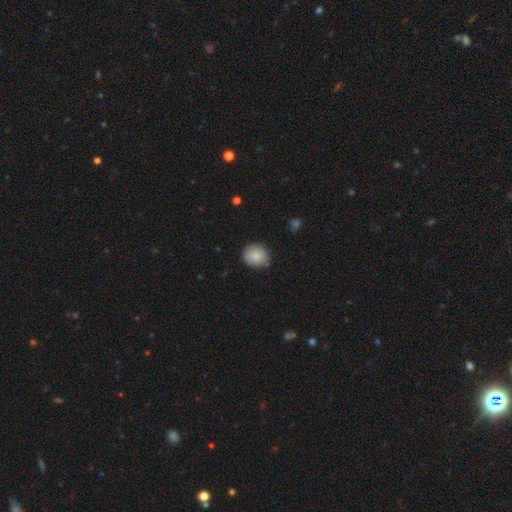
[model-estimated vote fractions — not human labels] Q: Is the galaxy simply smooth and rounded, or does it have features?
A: smooth — 82%.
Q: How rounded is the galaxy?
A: round — 82%.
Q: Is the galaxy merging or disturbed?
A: none — 81%.